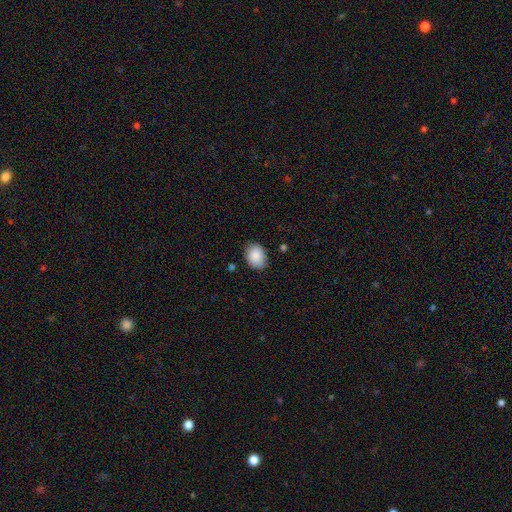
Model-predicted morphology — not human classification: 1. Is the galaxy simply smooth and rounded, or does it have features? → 89% smooth, 7% star or artifact, 4% featured or disk.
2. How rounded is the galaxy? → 65% in between, 34% round, 1% cigar-shaped.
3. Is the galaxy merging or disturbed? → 81% none, 15% minor disturbance, 3% major disturbance, 2% merger.